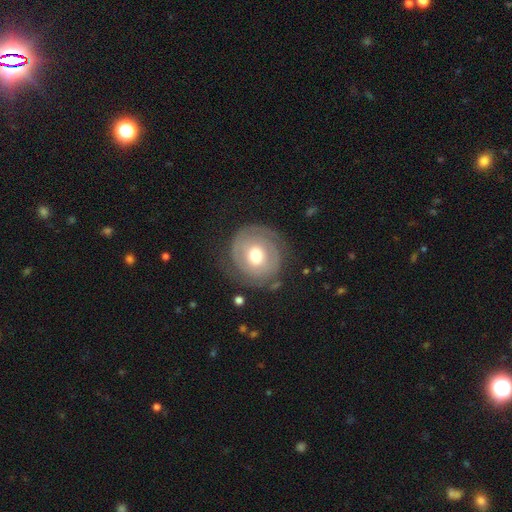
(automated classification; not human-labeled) This is likely a featured or disk galaxy (67%). It is clearly not viewed edge-on (97%). Bar: likely no (67%). Spiral arm pattern: likely yes (78%). Spiral arm count: likely 2 (63%). Spiral winding: likely tight (66%). Central bulge: likely moderate (72%). Merging: likely none (75%).